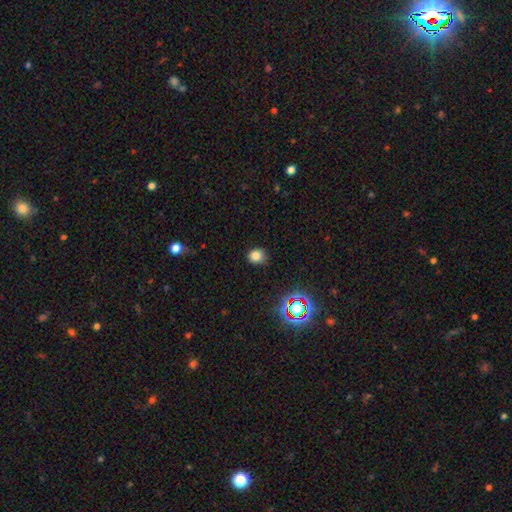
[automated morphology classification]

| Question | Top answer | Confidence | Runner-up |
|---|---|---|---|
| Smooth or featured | smooth | 78% | star or artifact (17%) |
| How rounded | round | 73% | in between (26%) |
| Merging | none | 78% | minor disturbance (17%) |